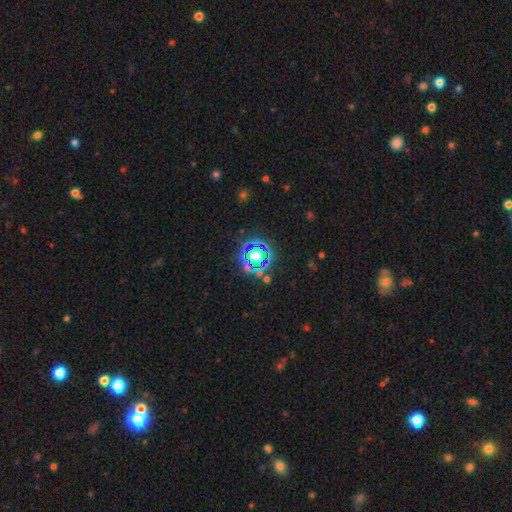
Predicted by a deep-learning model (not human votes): star or artifact 62%, smooth 26%, featured or disk 12%.